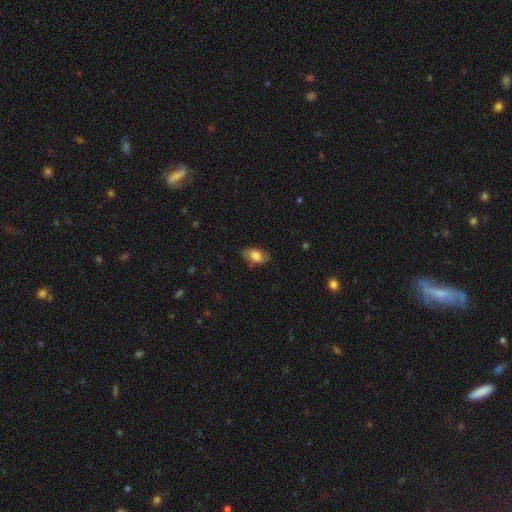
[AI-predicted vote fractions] Q: Smooth or featured?
A: smooth (79%); runner-up: featured or disk (14%)
Q: How rounded?
A: in between (91%); runner-up: round (7%)
Q: Merging?
A: none (76%); runner-up: minor disturbance (19%)